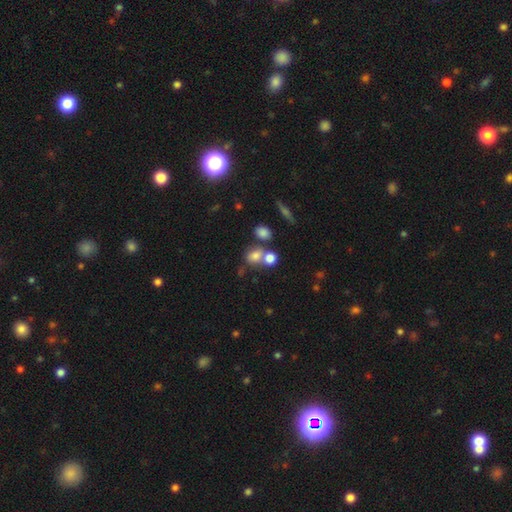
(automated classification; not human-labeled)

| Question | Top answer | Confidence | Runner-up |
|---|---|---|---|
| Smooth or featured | smooth | 72% | star or artifact (14%) |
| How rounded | in between | 54% | round (44%) |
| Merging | none | 43% | merger (39%) |